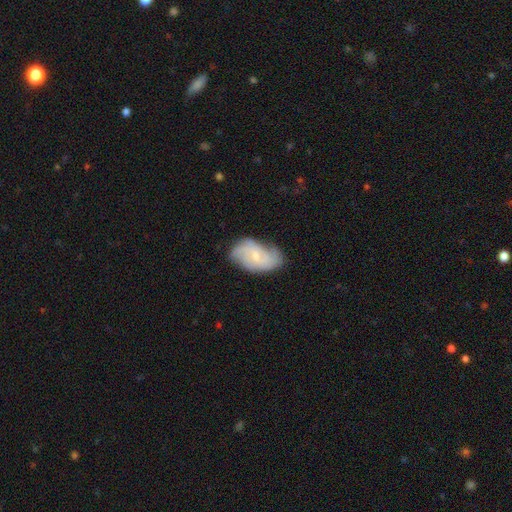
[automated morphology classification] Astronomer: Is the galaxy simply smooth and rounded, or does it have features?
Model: featured or disk — 65%.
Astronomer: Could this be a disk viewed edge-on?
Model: no — 96%.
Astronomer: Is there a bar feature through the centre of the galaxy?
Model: no — 52% (runner-up: weak, 42%).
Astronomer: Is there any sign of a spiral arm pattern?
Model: yes — 90%.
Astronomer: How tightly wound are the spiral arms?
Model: medium — 44% (runner-up: tight, 35%).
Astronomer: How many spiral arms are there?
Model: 2 — 40% (runner-up: can't tell, 27%).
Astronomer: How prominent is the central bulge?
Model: small — 66%.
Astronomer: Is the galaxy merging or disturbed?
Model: none — 66%.